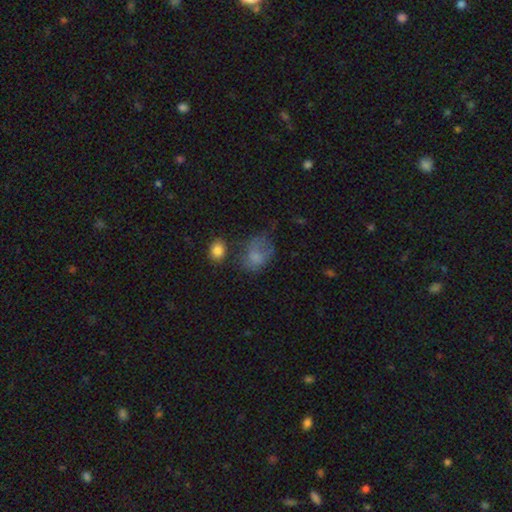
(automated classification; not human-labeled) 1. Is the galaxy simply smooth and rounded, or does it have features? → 68% smooth, 19% featured or disk, 13% star or artifact.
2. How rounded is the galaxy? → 66% in between, 33% round, 1% cigar-shaped.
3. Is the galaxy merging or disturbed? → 35% none, 29% minor disturbance, 29% major disturbance, 8% merger.